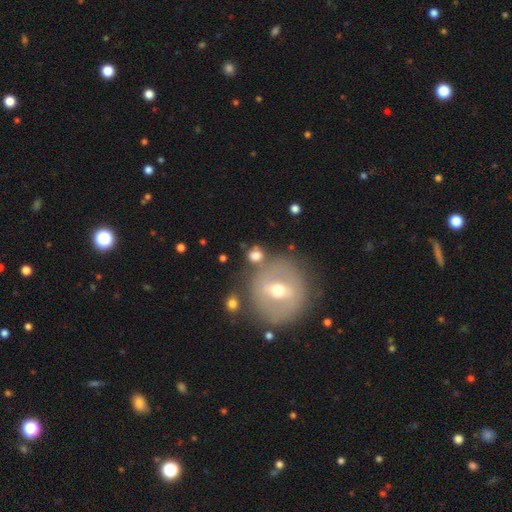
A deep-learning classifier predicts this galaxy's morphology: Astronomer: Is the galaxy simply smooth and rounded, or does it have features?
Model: smooth — 67%.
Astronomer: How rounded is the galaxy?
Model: round — 78%.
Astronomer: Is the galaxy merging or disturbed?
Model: none — 67%.